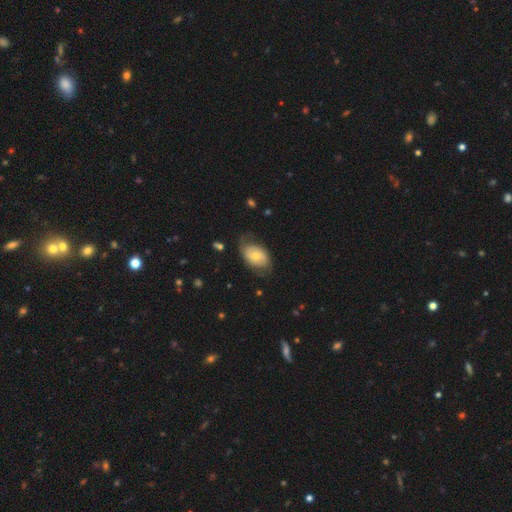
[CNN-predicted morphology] featured or disk 54%, smooth 40%, star or artifact 6%. Down the decision tree: edge-on disk — no (95%); bar — no (72%); spiral arms — yes (70%); bulge size — moderate (51%); merging — none (58%).